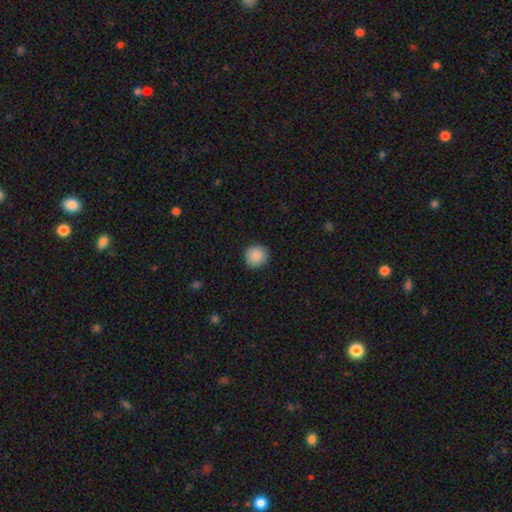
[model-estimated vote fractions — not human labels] smooth 89%, star or artifact 8%, featured or disk 3%. Down the decision tree: how rounded — round (93%); merging — none (89%).